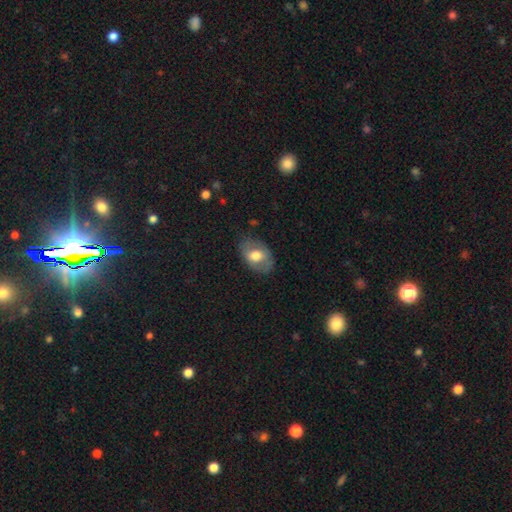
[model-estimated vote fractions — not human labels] smooth-or-featured: smooth: 61% | featured or disk: 32% | star or artifact: 7%
  how-rounded: in between: 85% | round: 14% | cigar-shaped: 1%
  merging: none: 72% | minor disturbance: 20% | major disturbance: 7% | merger: 1%